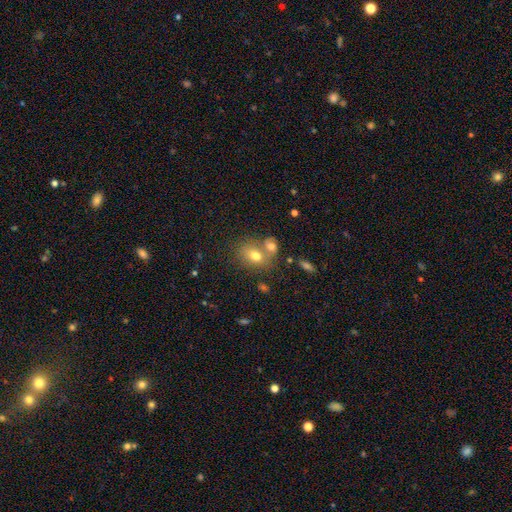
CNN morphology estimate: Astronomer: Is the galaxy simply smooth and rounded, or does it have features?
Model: smooth — 73%.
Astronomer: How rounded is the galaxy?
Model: in between — 68%.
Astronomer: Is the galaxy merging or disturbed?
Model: merger — 48% (runner-up: none, 36%).